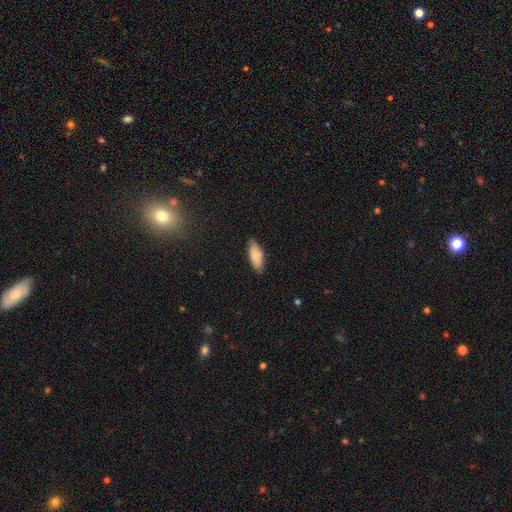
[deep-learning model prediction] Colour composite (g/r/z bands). It shows a smooth galaxy with no disk features (81%) that is in between round and cigar-shaped (71%). Merging: none (81%).